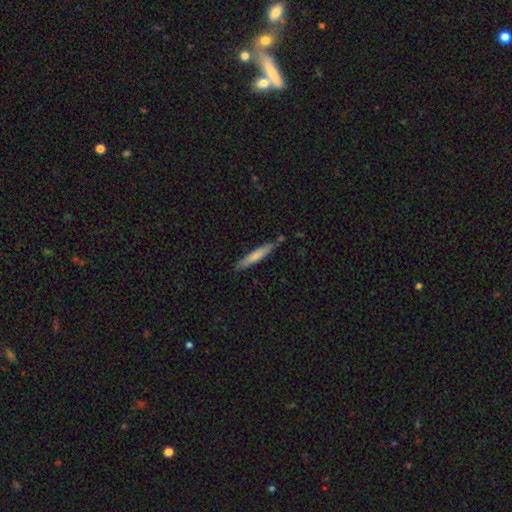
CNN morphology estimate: Smooth or featured? smooth (72%)
How rounded? cigar-shaped (93%)
Merging? none (82%)